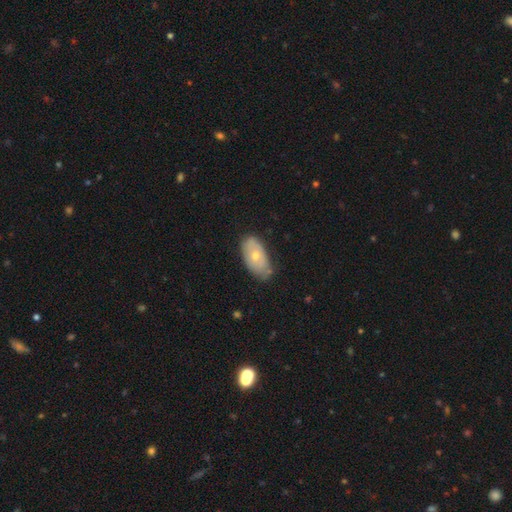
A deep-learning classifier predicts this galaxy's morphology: A smooth galaxy with no disk features (58%) that is in between round and cigar-shaped (93%).

Vote fractions:
- Smooth or featured? smooth: 58% / featured or disk: 36% / star or artifact: 6%
- How rounded? in between: 93% / round: 5% / cigar-shaped: 3%
- Merging? none: 63% / minor disturbance: 30% / major disturbance: 5% / merger: 2%